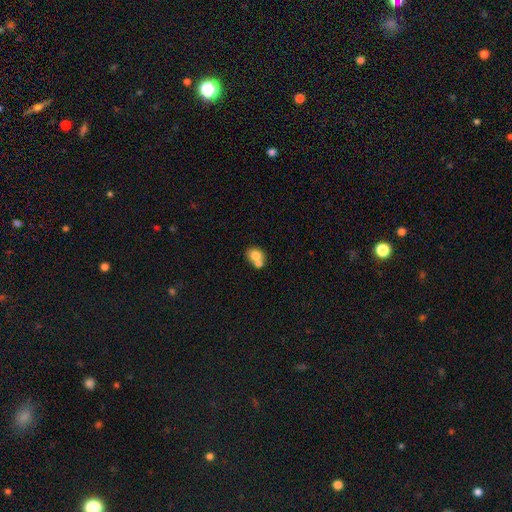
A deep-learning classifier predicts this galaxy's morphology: Smooth or featured? smooth (76%)
How rounded? round (59%)
Merging? merger (57%)